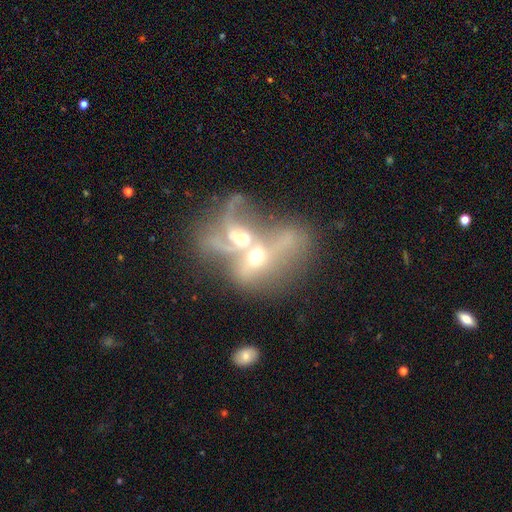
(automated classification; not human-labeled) Smooth or featured?
  - featured or disk: 62% *
  - smooth: 24%
  - star or artifact: 14%
Edge-on disk?
  - no: 90% *
  - yes: 10%
Bar?
  - no: 73% *
  - weak: 19%
  - strong: 8%
Spiral arms?
  - no: 56% *
  - yes: 44%
Bulge size?
  - moderate: 63% *
  - small: 19%
  - large: 10%
  - none: 5%
  - dominant: 3%
Merging?
  - merger: 80% *
  - major disturbance: 8%
  - none: 8%
  - minor disturbance: 4%